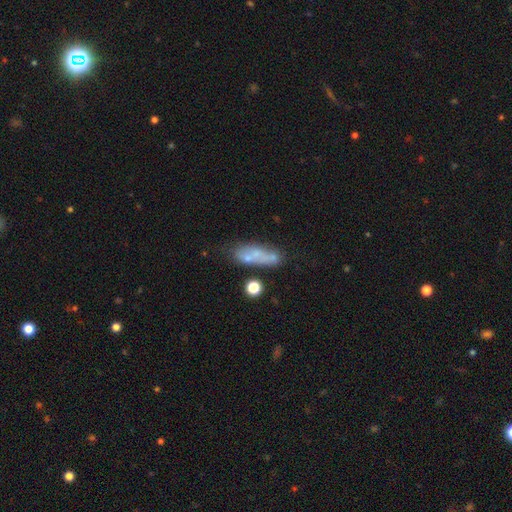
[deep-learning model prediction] The model was most divided on "how rounded": in between: 48%, cigar-shaped: 47%, round: 6%. Remaining: smooth or featured — smooth (51%); merging — none (47%).